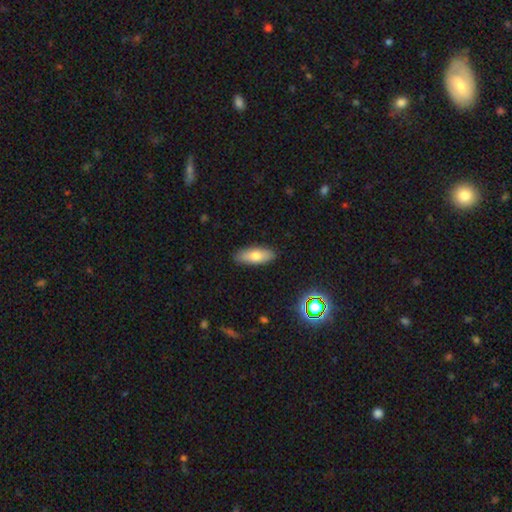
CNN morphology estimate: A smooth galaxy with no disk features (71%) that is in between round and cigar-shaped (72%).

Vote fractions:
- Smooth or featured? smooth: 71% / featured or disk: 21% / star or artifact: 8%
- How rounded? in between: 72% / cigar-shaped: 25% / round: 3%
- Merging? none: 88% / minor disturbance: 9% / major disturbance: 2% / merger: 1%